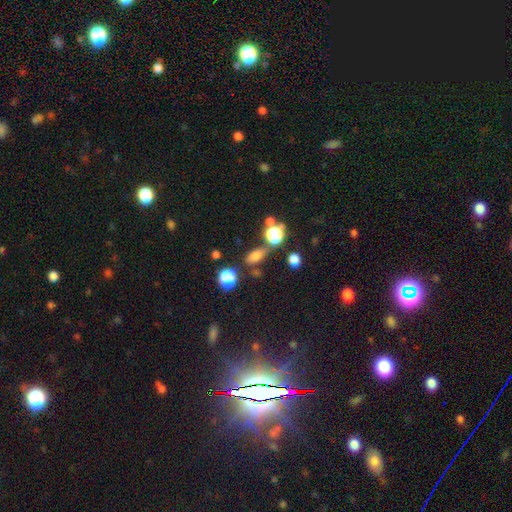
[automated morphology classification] smooth 70%, star or artifact 20%, featured or disk 10%. Down the decision tree: how rounded — in between (73%); merging — none (73%).